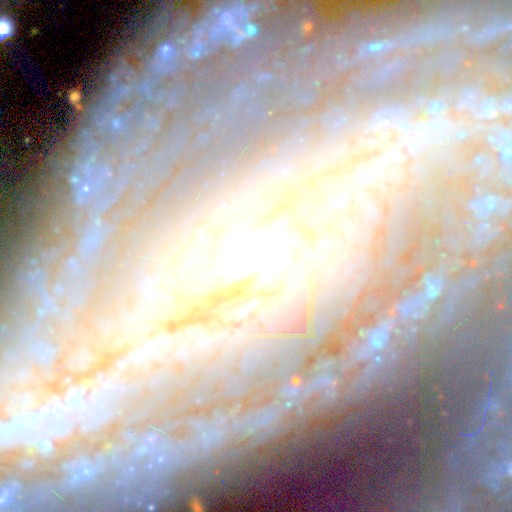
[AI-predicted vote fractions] This appears to be a featured or disk galaxy (88%) with no bar (41%), tight (65%) spiral arms (93%) and a moderate central bulge (52%). Merging: none (70%).